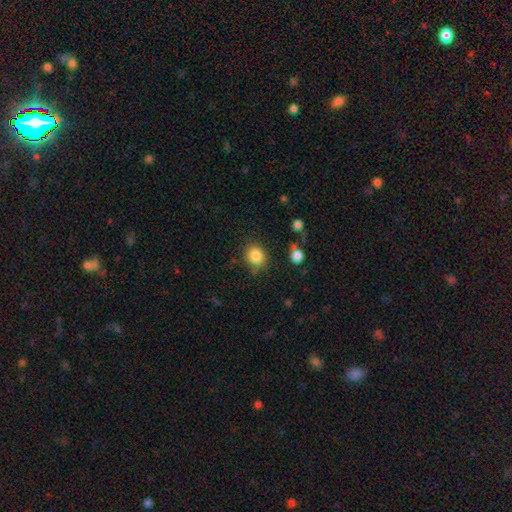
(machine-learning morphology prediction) Smooth or featured: smooth — 85% (star or artifact — 10%)
How rounded: round — 72% (in between — 28%)
Merging: none — 78% (minor disturbance — 15%)